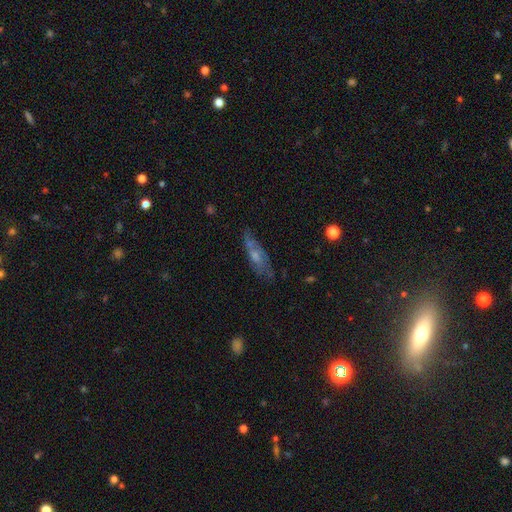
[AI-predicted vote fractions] featured or disk 55%, smooth 34%, star or artifact 11%. Down the decision tree: edge-on disk — no (63%); merging — none (65%).